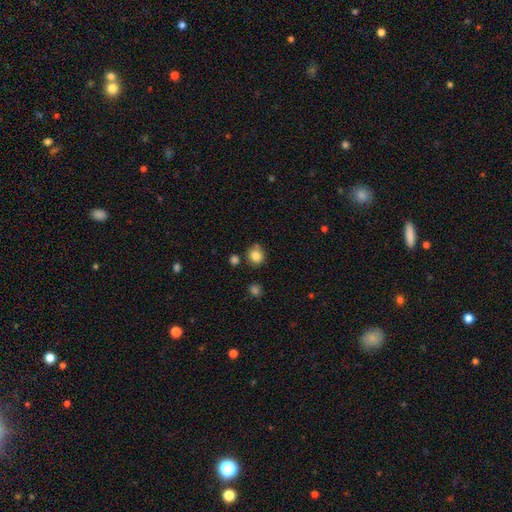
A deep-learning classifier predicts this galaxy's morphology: Smooth or featured?
  - smooth: 84% *
  - star or artifact: 10%
  - featured or disk: 6%
How rounded?
  - round: 83% *
  - in between: 16%
  - cigar-shaped: 1%
Merging?
  - none: 75% *
  - minor disturbance: 14%
  - merger: 7%
  - major disturbance: 4%